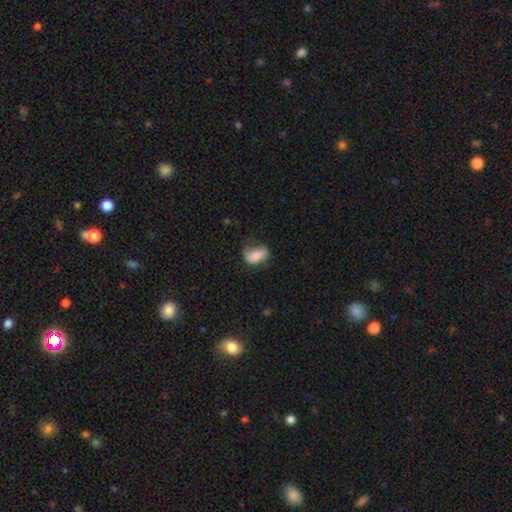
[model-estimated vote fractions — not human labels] The model was most divided on "merging": none: 47%, minor disturbance: 34%, major disturbance: 17%, merger: 2%. More confident: how rounded — in between (88%); smooth or featured — smooth (80%).